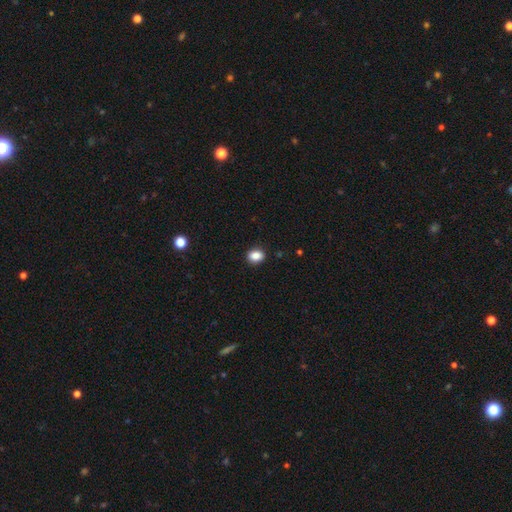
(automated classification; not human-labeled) Morphology: type=smooth (87%); roundness=in between (53%); merging=none (90%).